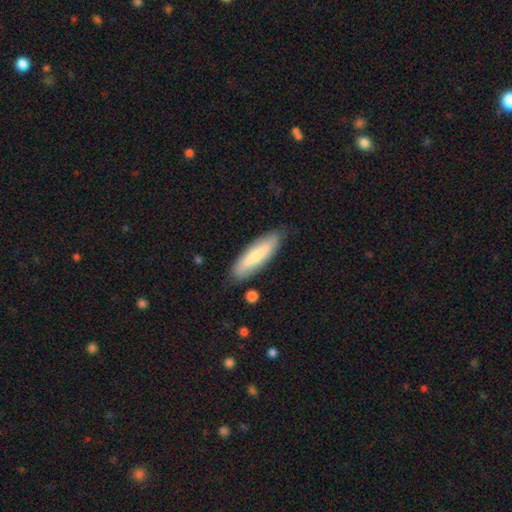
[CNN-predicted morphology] This is likely a smooth galaxy (67%). How rounded: possibly cigar-shaped (56%). Merging: clearly none (82%).